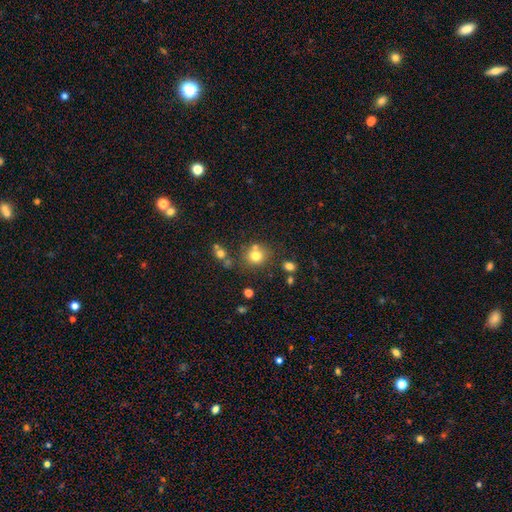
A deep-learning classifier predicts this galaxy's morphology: A smooth galaxy with no disk features (76%) that is round (85%). Merging: none (67%).